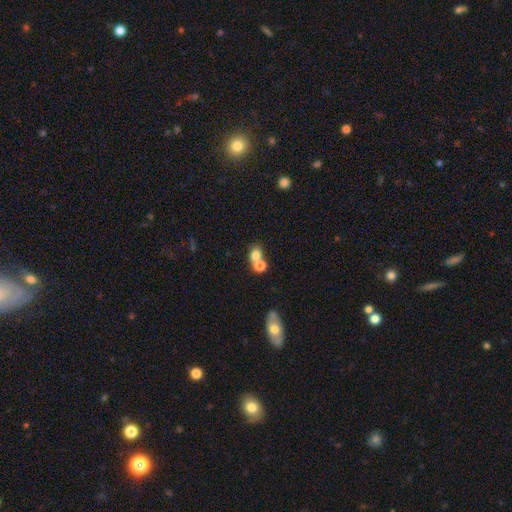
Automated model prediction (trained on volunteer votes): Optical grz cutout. It shows a smooth galaxy with no disk features (76%) that is round (61%). Merging: merger (59%).